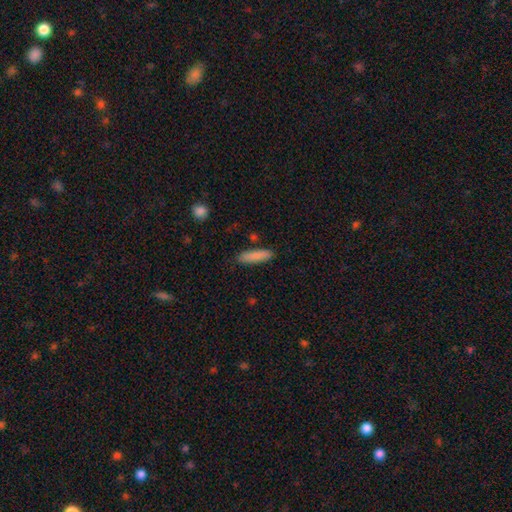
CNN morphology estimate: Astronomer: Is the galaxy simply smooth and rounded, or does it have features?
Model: smooth — 85%.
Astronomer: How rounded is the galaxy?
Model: cigar-shaped — 78%.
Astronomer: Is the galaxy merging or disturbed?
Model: none — 86%.